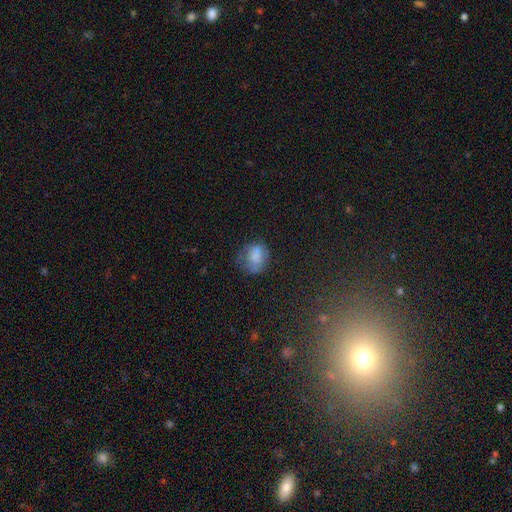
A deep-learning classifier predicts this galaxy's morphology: Smooth or featured: smooth — 72% (featured or disk — 16%)
How rounded: round — 51% (in between — 48%)
Merging: none — 51% (minor disturbance — 30%)